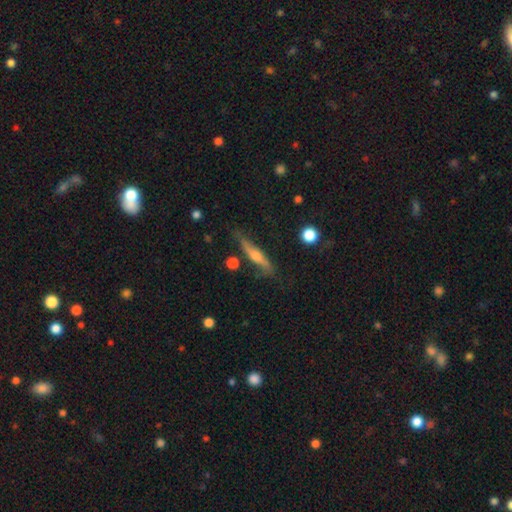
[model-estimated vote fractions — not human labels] featured or disk 54%, smooth 39%, star or artifact 7%. Down the decision tree: edge-on disk — yes (87%); merging — none (71%).